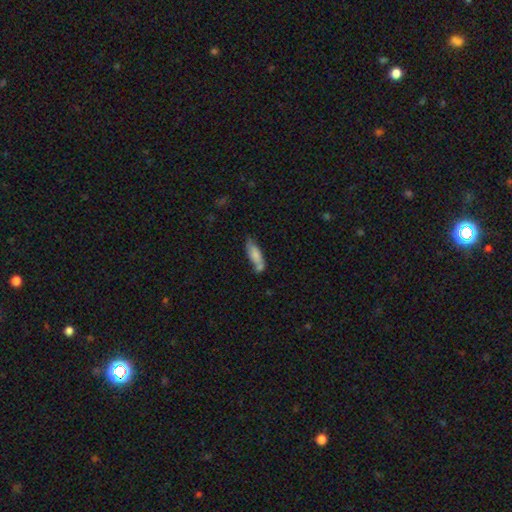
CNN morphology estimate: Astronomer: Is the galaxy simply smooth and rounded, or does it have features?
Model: smooth — 75%.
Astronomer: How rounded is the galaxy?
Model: in between — 56% (runner-up: cigar-shaped, 42%).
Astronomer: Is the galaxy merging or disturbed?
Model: none — 45% (runner-up: merger, 28%).